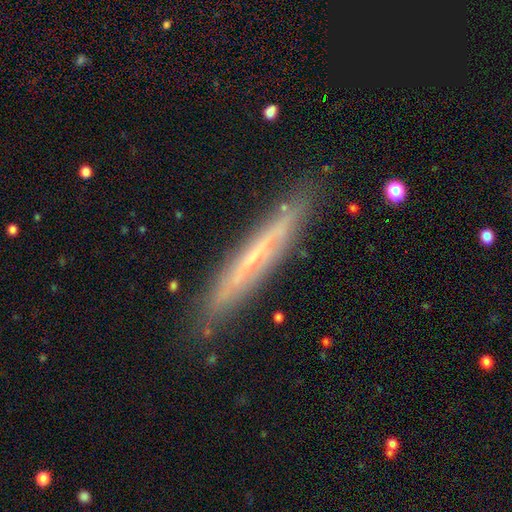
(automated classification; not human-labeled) This appears to be a featured or disk galaxy (60%) viewed edge-on (84%) with no central bulge (81%). Merging: none (84%).